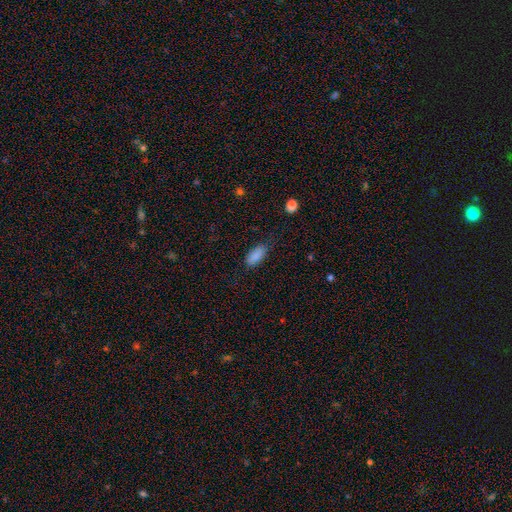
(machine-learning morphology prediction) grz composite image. It shows a smooth galaxy with no disk features (87%) that is in between round and cigar-shaped (88%). Merging: none (68%).